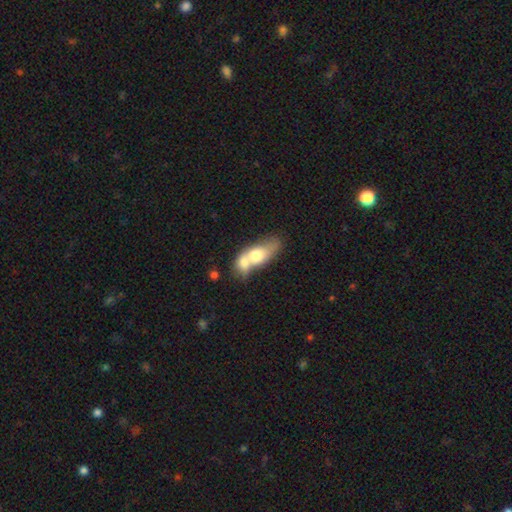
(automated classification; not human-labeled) Smooth or featured? Predicted: smooth (p=0.63). How rounded? Predicted: in between (p=0.74). Merging? Predicted: merger (p=0.71).